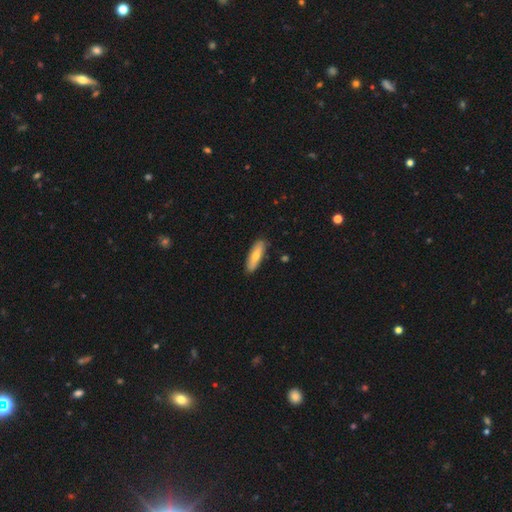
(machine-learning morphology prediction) Smooth or featured? Predicted: smooth (p=0.70). How rounded? Predicted: cigar-shaped (p=0.53). Merging? Predicted: none (p=0.87).